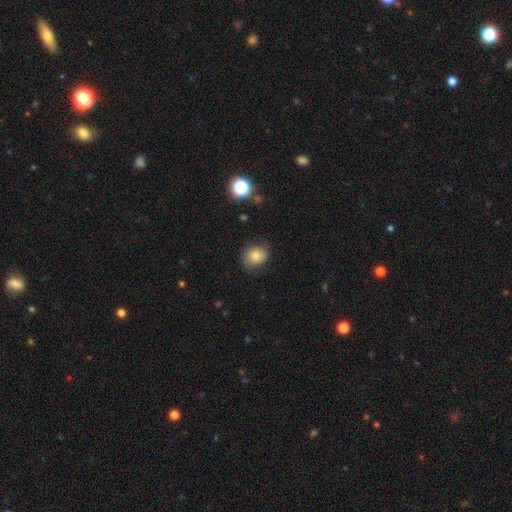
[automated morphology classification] A smooth galaxy with no disk features (70%) that is round (59%). Merging: none (68%).